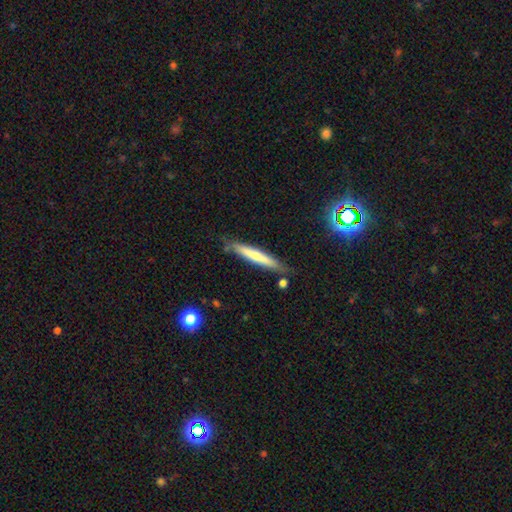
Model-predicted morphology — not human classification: A smooth galaxy with no disk features (63%) that is cigar-shaped (94%).

Vote fractions:
- Smooth or featured? smooth: 63% / featured or disk: 31% / star or artifact: 6%
- How rounded? cigar-shaped: 94% / in between: 5% / round: 1%
- Merging? none: 78% / minor disturbance: 16% / merger: 4% / major disturbance: 3%